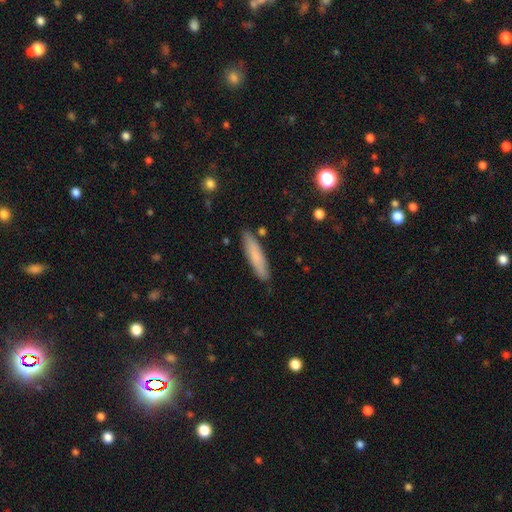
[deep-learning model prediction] Smooth or featured?
  - smooth: 78% *
  - featured or disk: 16%
  - star or artifact: 7%
How rounded?
  - cigar-shaped: 86% *
  - in between: 13%
  - round: 1%
Merging?
  - none: 87% *
  - minor disturbance: 9%
  - merger: 2%
  - major disturbance: 2%